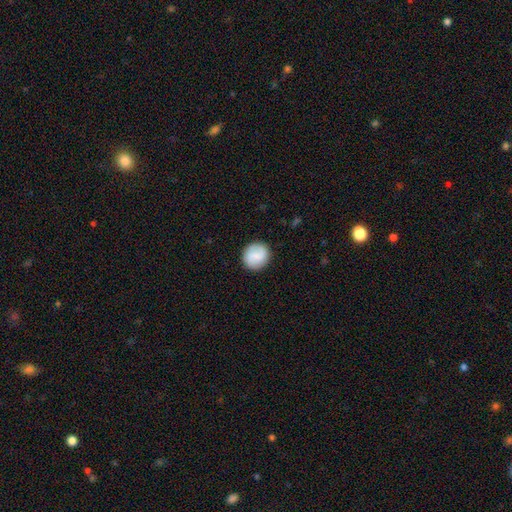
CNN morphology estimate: smooth 74%, featured or disk 19%, star or artifact 7%. Down the decision tree: how rounded — round (90%); merging — none (90%).